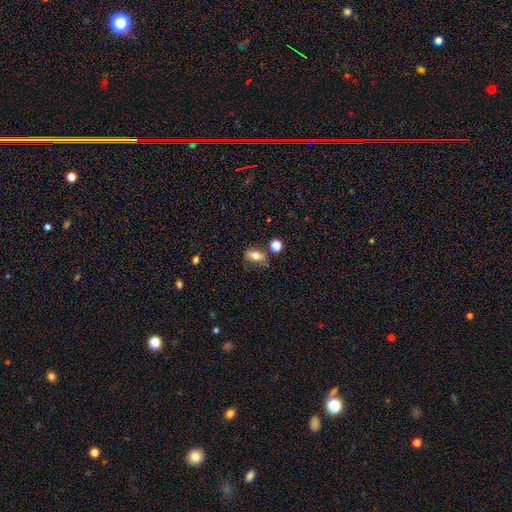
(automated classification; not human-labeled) smooth 68%, featured or disk 21%, star or artifact 11%. Down the decision tree: how rounded — in between (77%); merging — none (68%).